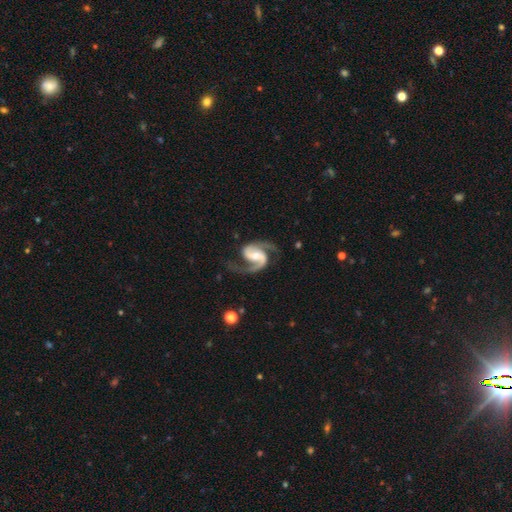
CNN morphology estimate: Q: Smooth or featured?
A: featured or disk (93%); runner-up: star or artifact (4%)
Q: Edge-on disk?
A: no (98%); runner-up: yes (2%)
Q: Bar?
A: weak (44%); runner-up: no (30%)
Q: Spiral arms?
A: yes (98%); runner-up: no (2%)
Q: Spiral winding?
A: medium (59%); runner-up: loose (27%)
Q: Spiral arm count?
A: 2 (92%); runner-up: 1 (3%)
Q: Bulge size?
A: moderate (46%); runner-up: small (37%)
Q: Merging?
A: none (71%); runner-up: minor disturbance (16%)